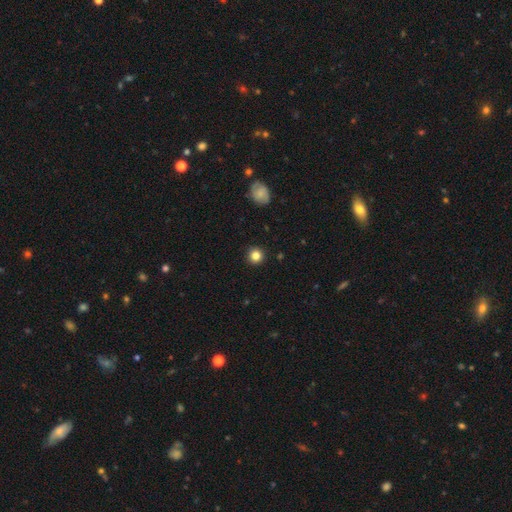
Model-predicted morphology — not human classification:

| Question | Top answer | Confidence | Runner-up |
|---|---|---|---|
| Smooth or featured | smooth | 83% | star or artifact (11%) |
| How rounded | round | 95% | in between (4%) |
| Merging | none | 92% | minor disturbance (5%) |